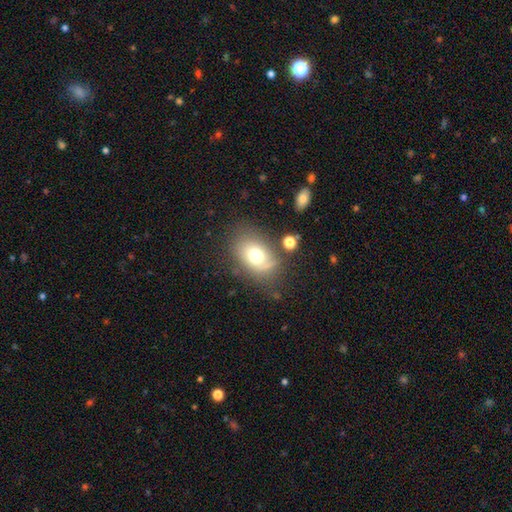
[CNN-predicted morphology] Smooth or featured? smooth (67%)
How rounded? in between (76%)
Merging? none (63%)